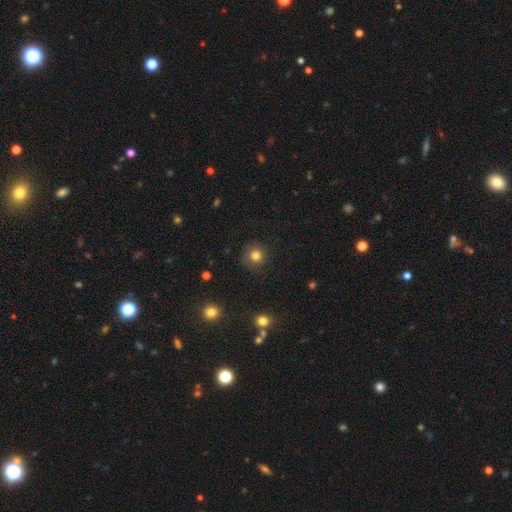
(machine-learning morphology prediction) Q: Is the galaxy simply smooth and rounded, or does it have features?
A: smooth — 81%.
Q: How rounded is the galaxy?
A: round — 91%.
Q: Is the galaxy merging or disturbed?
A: none — 81%.